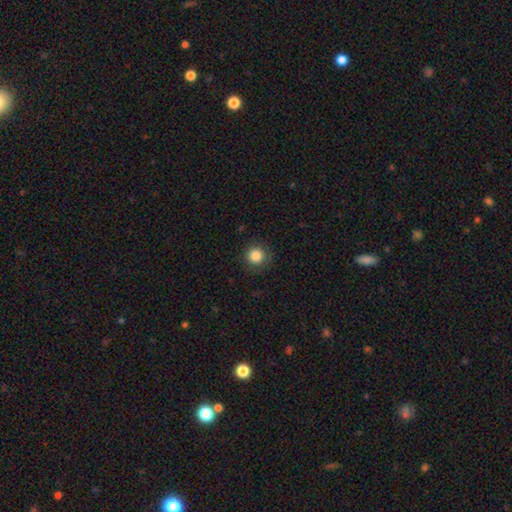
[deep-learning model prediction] A smooth galaxy with no disk features (85%) that is round (95%).

Vote fractions:
- Smooth or featured? smooth: 85% / star or artifact: 10% / featured or disk: 5%
- How rounded? round: 95% / in between: 4% / cigar-shaped: 1%
- Merging? none: 86% / minor disturbance: 10% / major disturbance: 4% / merger: 1%